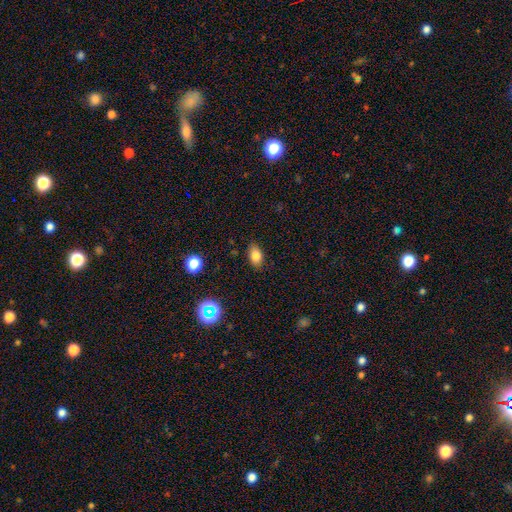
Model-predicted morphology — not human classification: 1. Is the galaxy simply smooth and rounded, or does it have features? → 81% smooth, 11% star or artifact, 8% featured or disk.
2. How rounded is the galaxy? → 87% in between, 11% round, 2% cigar-shaped.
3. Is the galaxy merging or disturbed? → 85% none, 11% minor disturbance, 3% major disturbance, 1% merger.